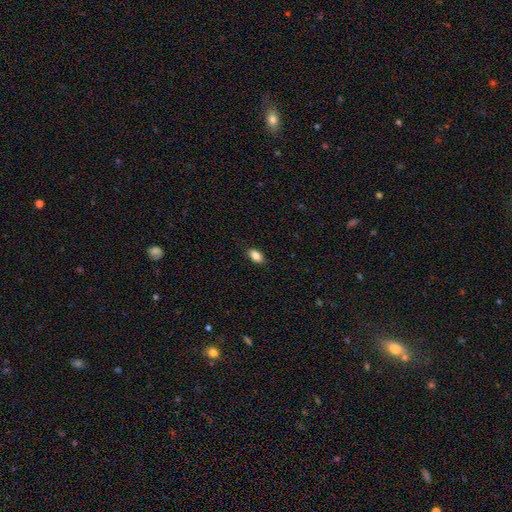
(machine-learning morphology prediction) smooth 86%, star or artifact 8%, featured or disk 6%. Down the decision tree: how rounded — in between (91%); merging — none (88%).